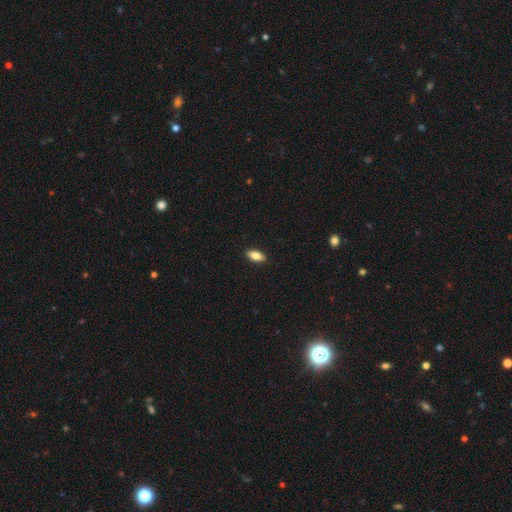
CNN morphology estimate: smooth 79%, featured or disk 14%, star or artifact 7%. Down the decision tree: how rounded — in between (85%); merging — none (91%).